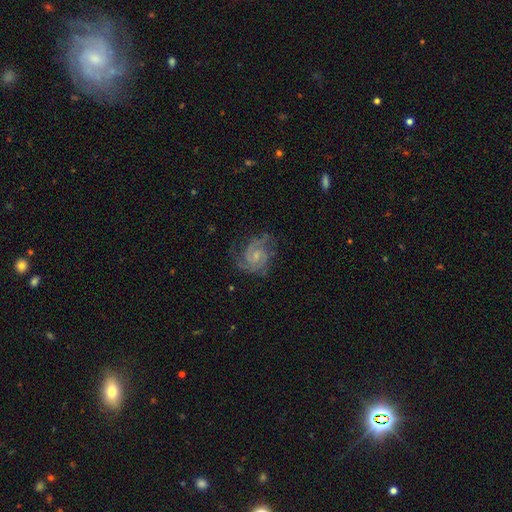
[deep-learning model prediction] Overall: featured or disk (86%). Edge-on disk: no (98%). Bar: no (53%; weak 40%). Spiral arms: yes (97%). Spiral arm count: 2 (49%; 3 24%). Spiral winding: tight (49%; medium 43%). Bulge size: small (65%). Merging: none (68%).